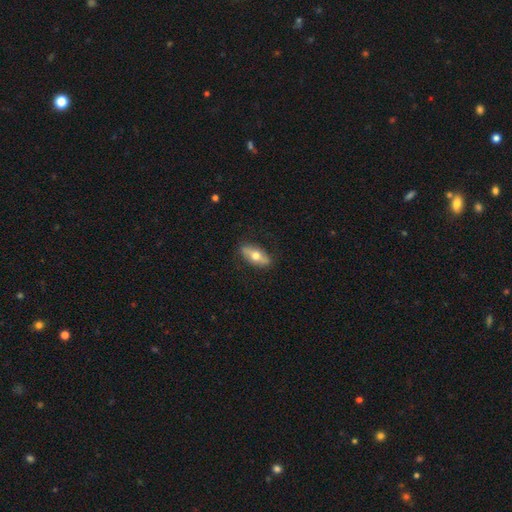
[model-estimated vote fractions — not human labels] This appears to be a smooth galaxy with no disk features (54%) that is in between round and cigar-shaped (76%). Merging: none (84%).